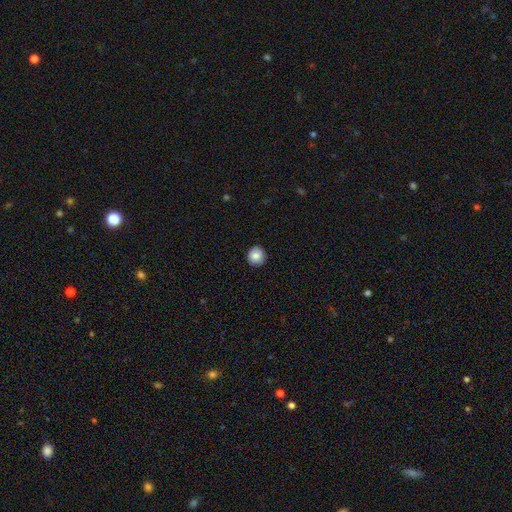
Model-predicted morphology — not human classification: smooth-or-featured: smooth: 85% | star or artifact: 8% | featured or disk: 6%
  how-rounded: round: 92% | in between: 7% | cigar-shaped: 1%
  merging: none: 91% | minor disturbance: 6% | major disturbance: 2% | merger: 1%